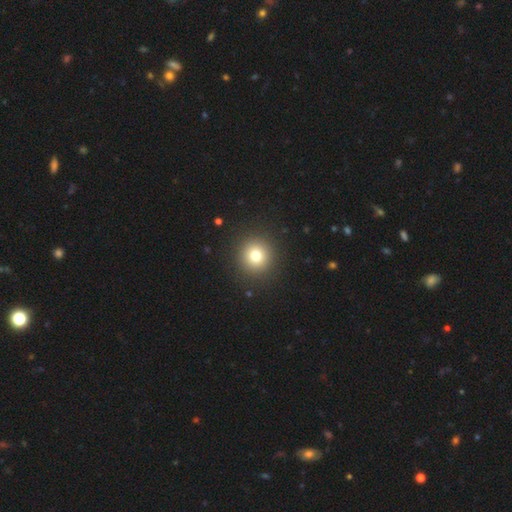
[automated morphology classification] smooth_or_featured: smooth (p=0.76) [alt: star or artifact p=0.13]
how_rounded: round (p=0.95) [alt: in between p=0.04]
merging: none (p=0.91) [alt: minor disturbance p=0.05]